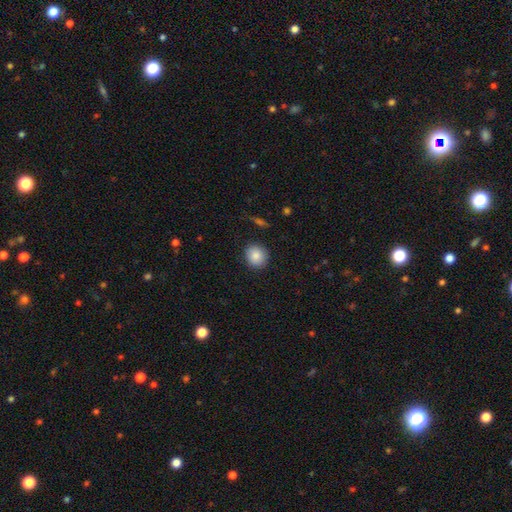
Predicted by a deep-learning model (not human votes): smooth-or-featured: smooth: 87% | star or artifact: 8% | featured or disk: 5%
  how-rounded: round: 83% | in between: 16% | cigar-shaped: 1%
  merging: none: 89% | minor disturbance: 8% | major disturbance: 2% | merger: 1%